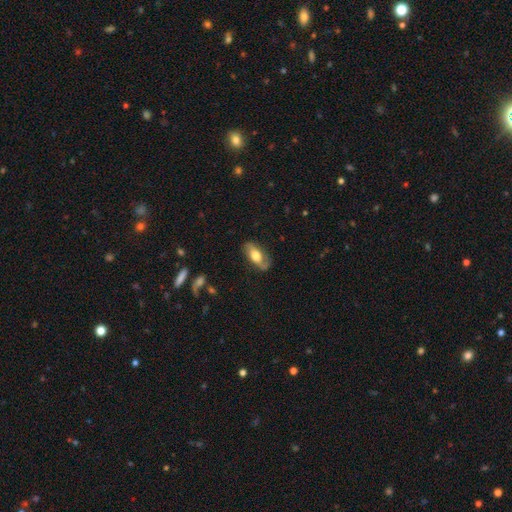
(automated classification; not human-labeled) Smooth or featured? Predicted: featured or disk (p=0.52). Edge-on disk? Predicted: no (p=0.81). Merging? Predicted: none (p=0.72).